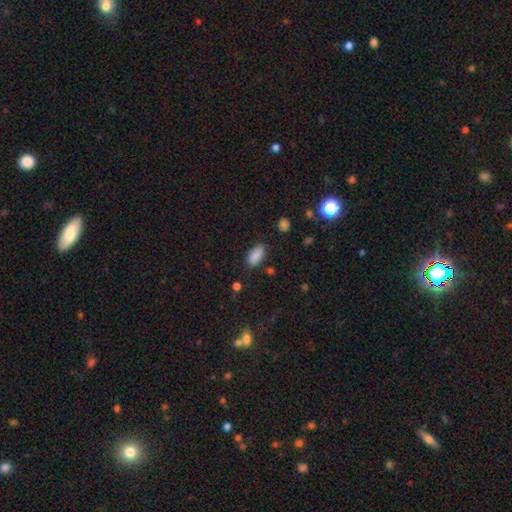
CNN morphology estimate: smooth 87%, star or artifact 9%, featured or disk 4%. Down the decision tree: how rounded — in between (88%); merging — none (81%).